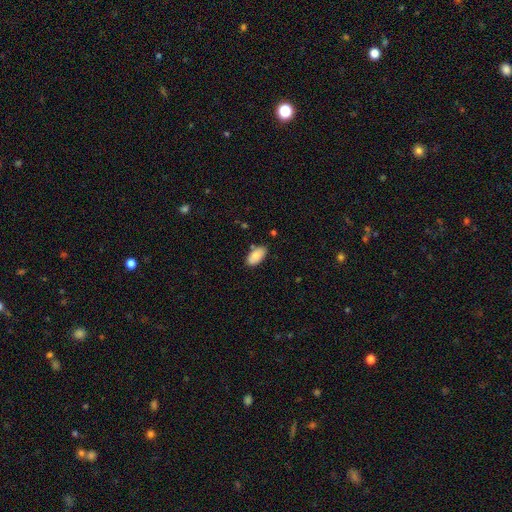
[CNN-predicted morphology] The model was most divided on "merging": none: 81%, minor disturbance: 13%, merger: 3%, major disturbance: 2%. More confident: how rounded — in between (95%); smooth or featured — smooth (83%).